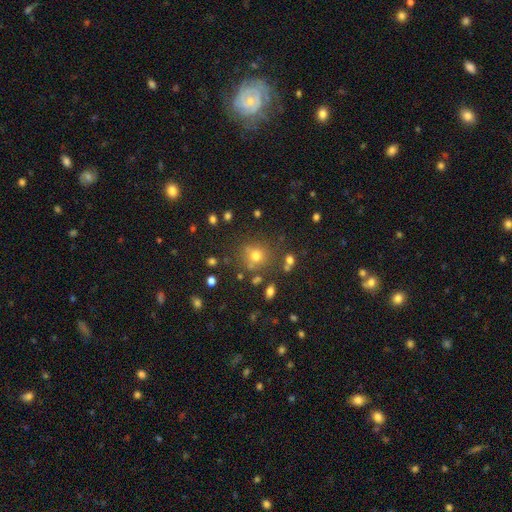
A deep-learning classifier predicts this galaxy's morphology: The model was most divided on "smooth or featured": smooth: 69%, star or artifact: 21%, featured or disk: 10%. More confident: how rounded — round (85%); merging — none (74%).